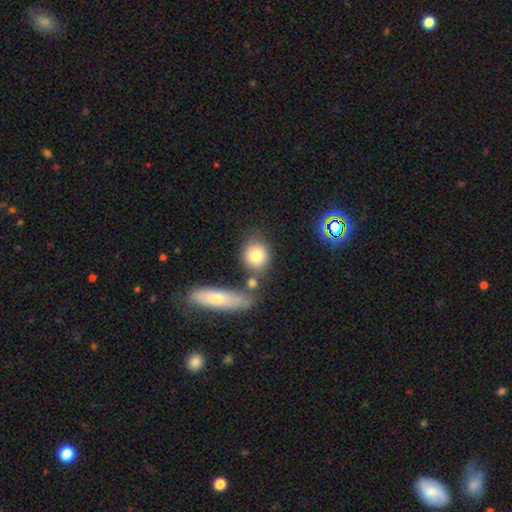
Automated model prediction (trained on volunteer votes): smooth 77%, featured or disk 14%, star or artifact 9%. Down the decision tree: how rounded — round (75%); merging — none (67%).